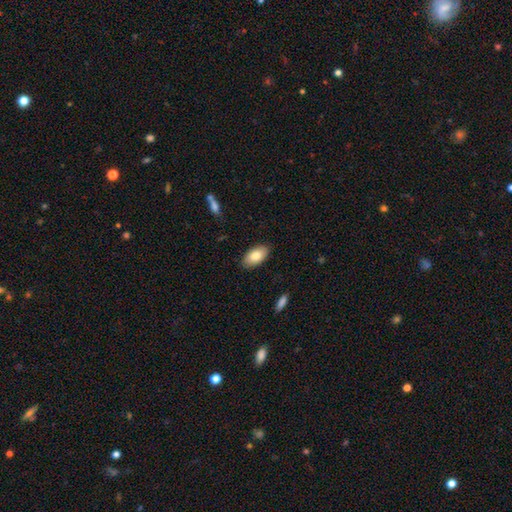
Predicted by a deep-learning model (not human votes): This is clearly a smooth galaxy (82%). How rounded: clearly in between (94%). Merging: clearly none (86%).